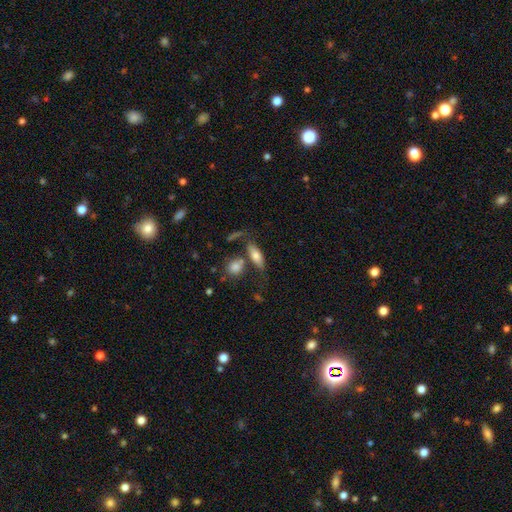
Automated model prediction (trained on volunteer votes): A smooth galaxy with no disk features (66%) that is in between round and cigar-shaped (67%). Merging: none (59%).